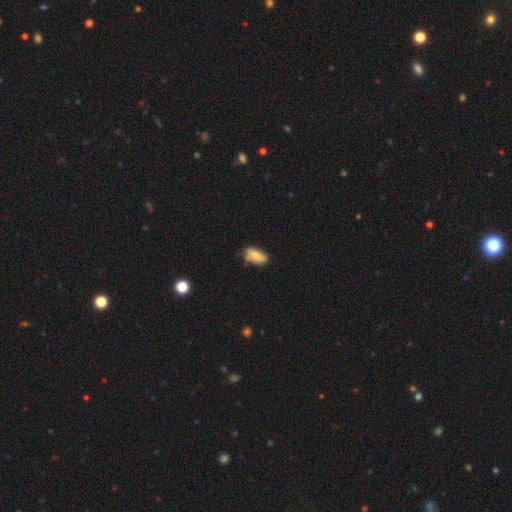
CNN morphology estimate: Smooth or featured: smooth — 80% (featured or disk — 12%)
How rounded: in between — 89% (cigar-shaped — 8%)
Merging: none — 73% (minor disturbance — 20%)